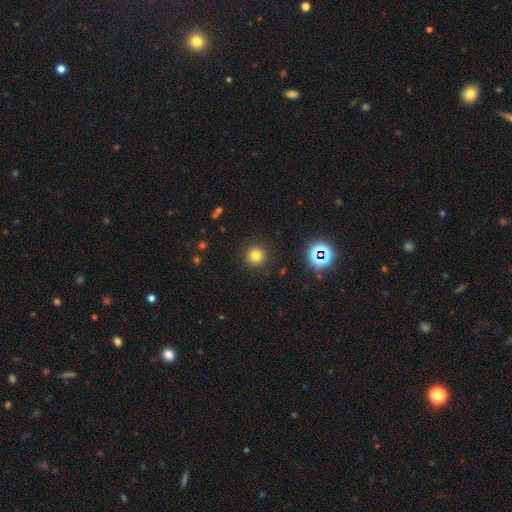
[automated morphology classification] Smooth or featured? smooth (76%)
How rounded? round (94%)
Merging? none (90%)